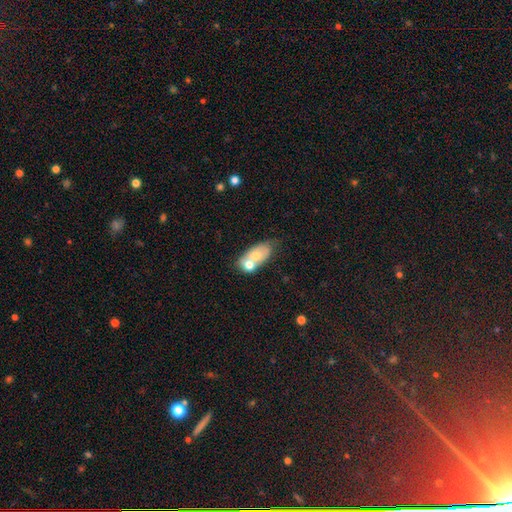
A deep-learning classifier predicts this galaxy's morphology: smooth 62%, featured or disk 31%, star or artifact 7%. Down the decision tree: how rounded — in between (85%); merging — merger (54%).